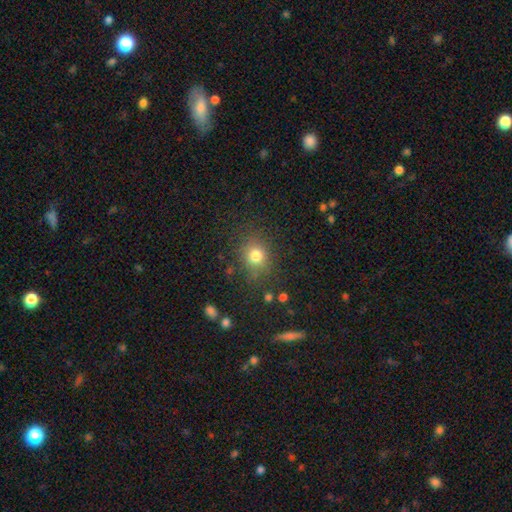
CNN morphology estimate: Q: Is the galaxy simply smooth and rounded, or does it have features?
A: smooth — 78%.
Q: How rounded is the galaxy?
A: round — 76%.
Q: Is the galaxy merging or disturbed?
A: none — 81%.